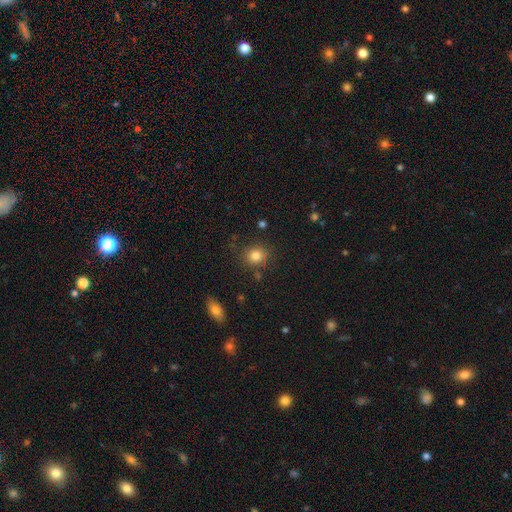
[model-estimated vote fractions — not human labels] Overall: smooth (83%). How rounded: round (76%). Merging: none (82%).